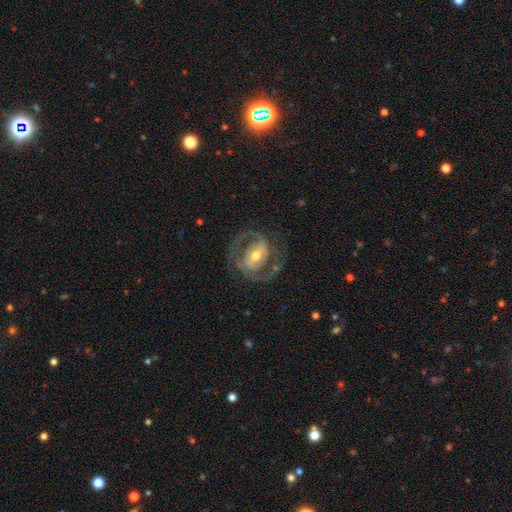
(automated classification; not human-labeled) Q: Smooth or featured?
A: featured or disk (89%); runner-up: smooth (7%)
Q: Edge-on disk?
A: no (97%); runner-up: yes (3%)
Q: Bar?
A: strong (40%); runner-up: weak (39%)
Q: Spiral arms?
A: yes (94%); runner-up: no (6%)
Q: Spiral winding?
A: medium (54%); runner-up: tight (32%)
Q: Spiral arm count?
A: 2 (90%); runner-up: can't tell (4%)
Q: Bulge size?
A: moderate (67%); runner-up: small (25%)
Q: Merging?
A: none (75%); runner-up: minor disturbance (14%)